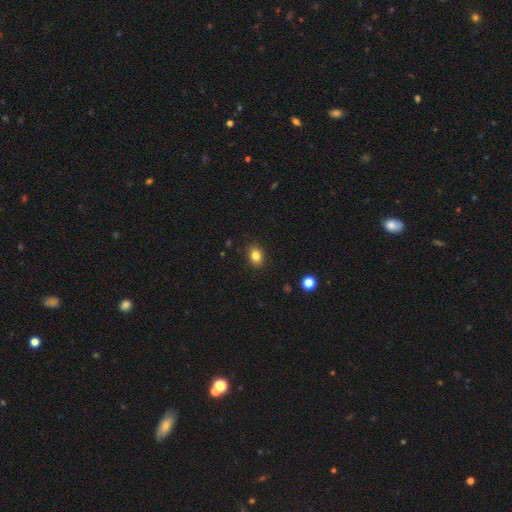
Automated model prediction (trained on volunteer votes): smooth_or_featured: smooth (p=0.83) [alt: star or artifact p=0.11]
how_rounded: in between (p=0.60) [alt: round p=0.39]
merging: none (p=0.89) [alt: minor disturbance p=0.08]